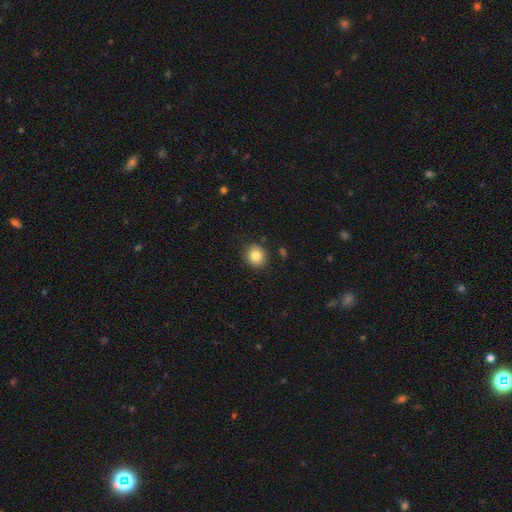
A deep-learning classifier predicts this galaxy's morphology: Smooth or featured? Predicted: smooth (p=0.84). How rounded? Predicted: round (p=0.74). Merging? Predicted: none (p=0.88).